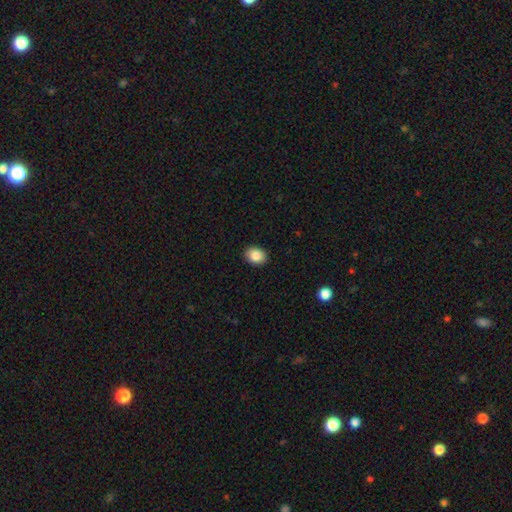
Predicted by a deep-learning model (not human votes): The model was most divided on "how rounded": in between: 61%, round: 38%, cigar-shaped: 1%. More confident: merging — none (91%); smooth or featured — smooth (87%).